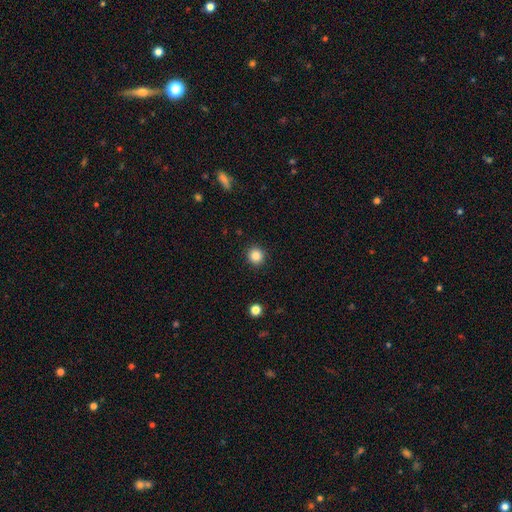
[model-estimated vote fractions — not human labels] Morphology: type=smooth (85%); roundness=round (93%); merging=none (92%).